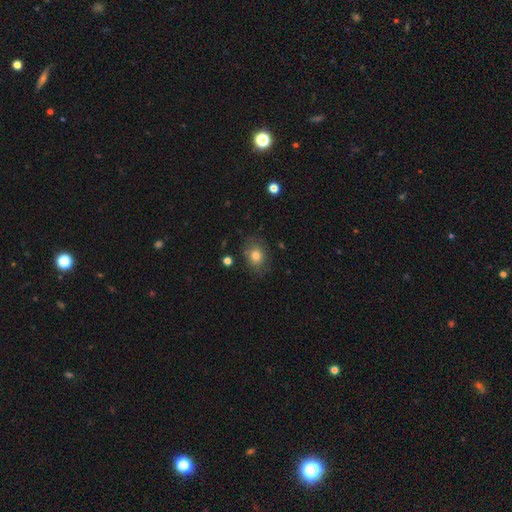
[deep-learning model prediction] Smooth or featured?
  - smooth: 77% *
  - featured or disk: 12%
  - star or artifact: 12%
How rounded?
  - in between: 54% *
  - round: 45%
  - cigar-shaped: 1%
Merging?
  - none: 80% *
  - minor disturbance: 14%
  - major disturbance: 4%
  - merger: 2%